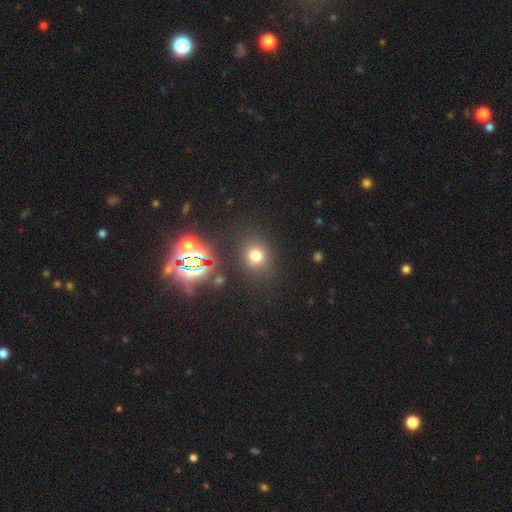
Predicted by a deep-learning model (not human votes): Morphology: type=smooth (69%); roundness=round (75%); merging=none (82%).